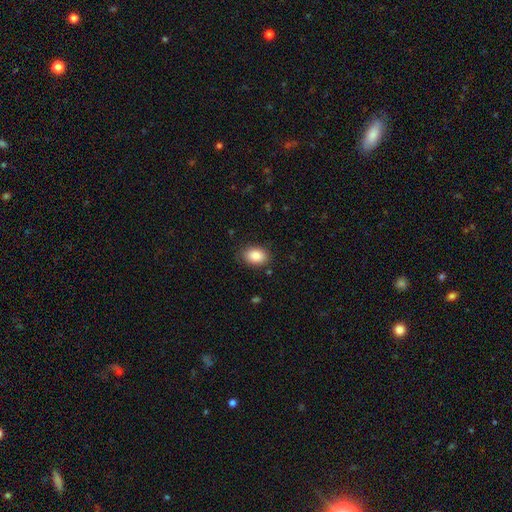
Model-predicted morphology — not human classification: Smooth or featured: smooth — 87% (star or artifact — 8%)
How rounded: in between — 82% (round — 17%)
Merging: none — 84% (minor disturbance — 12%)